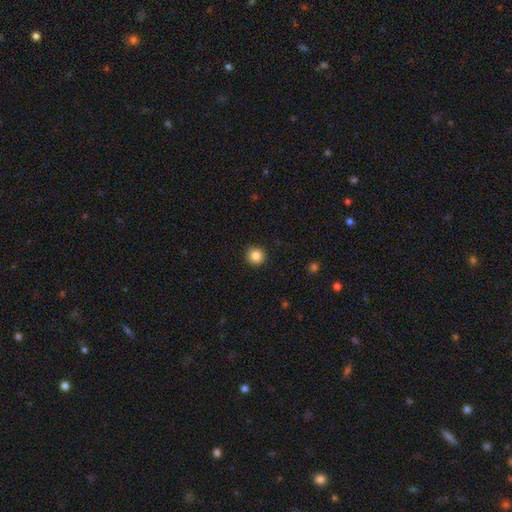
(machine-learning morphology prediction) type=smooth (86%); roundness=round (94%); merging=none (91%).